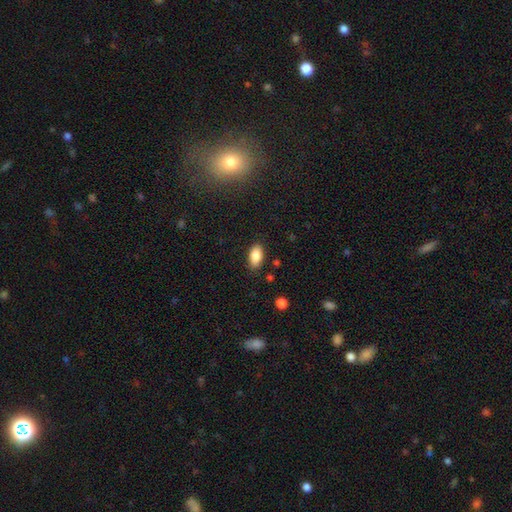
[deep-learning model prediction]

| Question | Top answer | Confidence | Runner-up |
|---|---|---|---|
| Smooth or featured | smooth | 86% | star or artifact (8%) |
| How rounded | in between | 92% | cigar-shaped (4%) |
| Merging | none | 85% | minor disturbance (11%) |